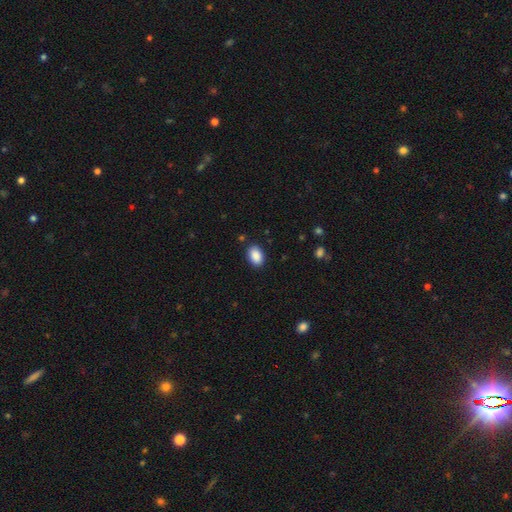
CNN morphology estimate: A smooth galaxy with no disk features (90%) that is in between round and cigar-shaped (89%). Merging: none (88%).